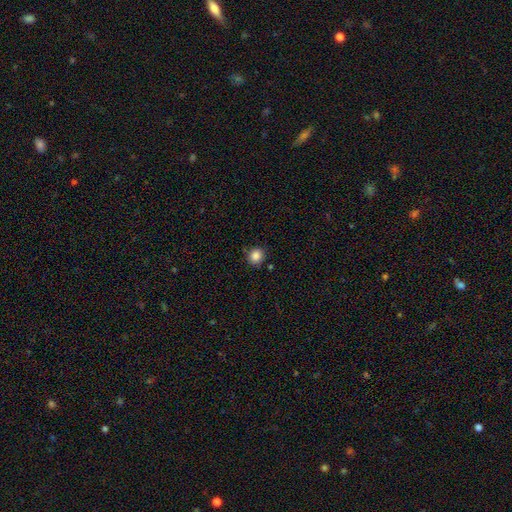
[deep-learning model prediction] smooth 86%, star or artifact 11%, featured or disk 4%. Down the decision tree: how rounded — round (85%); merging — none (83%).